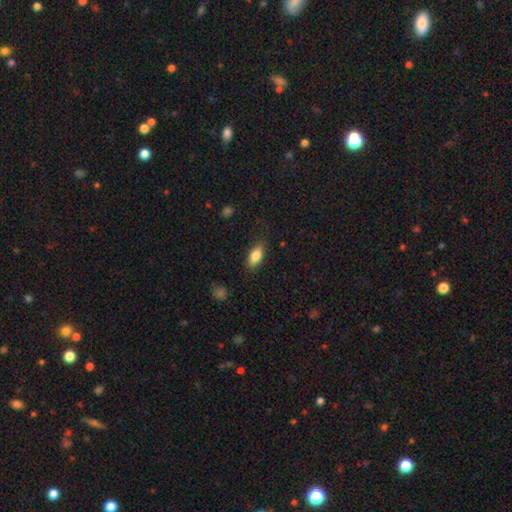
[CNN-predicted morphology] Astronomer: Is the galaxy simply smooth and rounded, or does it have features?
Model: smooth — 82%.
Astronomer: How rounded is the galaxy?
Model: in between — 83%.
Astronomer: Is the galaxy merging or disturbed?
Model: none — 82%.